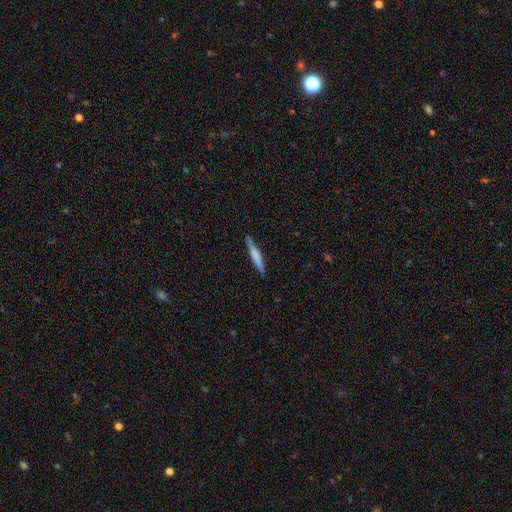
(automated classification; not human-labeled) A smooth galaxy with no disk features (60%) that is cigar-shaped (94%). Merging: none (87%).